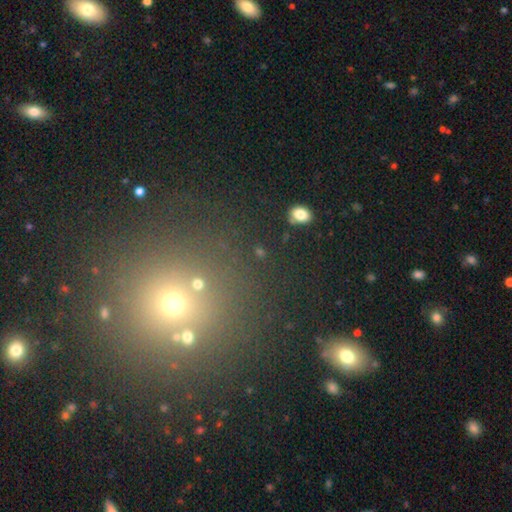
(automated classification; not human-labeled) smooth-or-featured: smooth: 47% | star or artifact: 43% | featured or disk: 10%
  merging: none: 82% | minor disturbance: 8% | merger: 6% | major disturbance: 4%